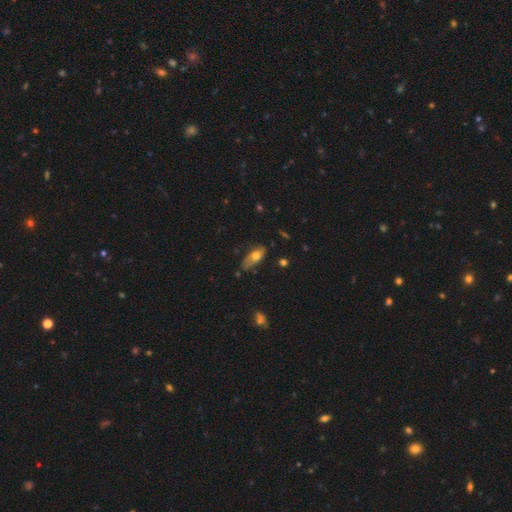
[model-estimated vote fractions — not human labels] Overall: smooth (66%; featured or disk 27%). How rounded: in between (77%). Merging: none (56%; minor disturbance 32%).